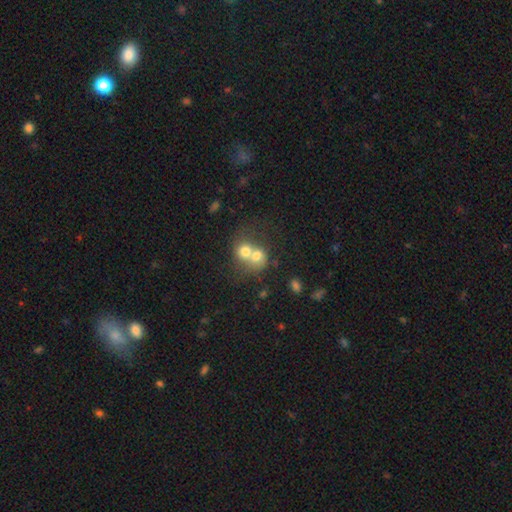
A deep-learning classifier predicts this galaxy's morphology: Q: Smooth or featured?
A: smooth (67%); runner-up: featured or disk (23%)
Q: How rounded?
A: round (67%); runner-up: in between (32%)
Q: Merging?
A: merger (74%); runner-up: none (17%)